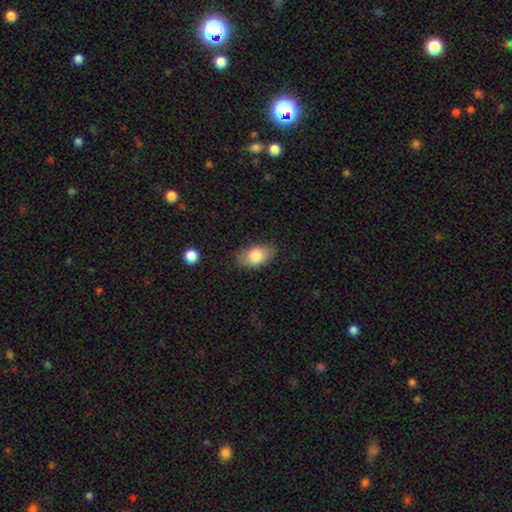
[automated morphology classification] smooth-or-featured: smooth: 82% | featured or disk: 11% | star or artifact: 7%
  how-rounded: in between: 90% | round: 8% | cigar-shaped: 2%
  merging: none: 76% | minor disturbance: 18% | major disturbance: 5% | merger: 1%